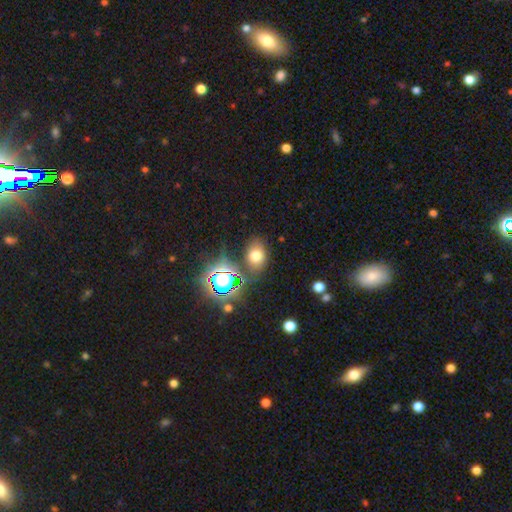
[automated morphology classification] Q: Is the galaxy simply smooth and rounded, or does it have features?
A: smooth — 66%.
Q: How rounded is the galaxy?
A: in between — 74%.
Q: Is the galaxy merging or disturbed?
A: none — 76%.